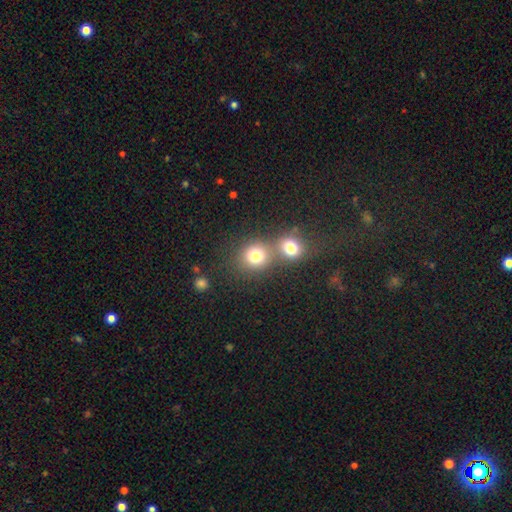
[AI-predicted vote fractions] A smooth galaxy with no disk features (77%) that is round (81%). Merging: merger (46%).